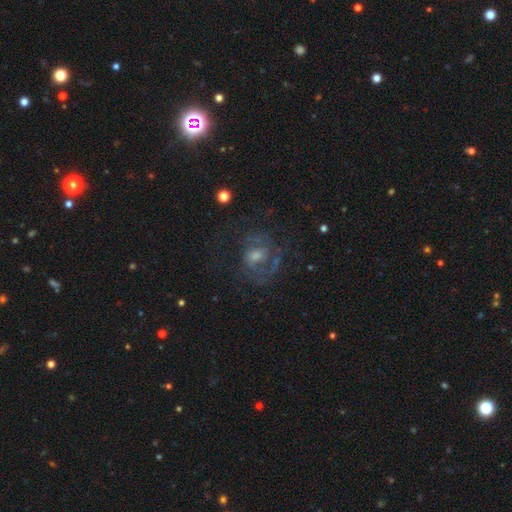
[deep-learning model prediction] This appears to be a featured or disk galaxy (65%) with no bar (58%), spiral arms (74%) and a moderate central bulge (47%). Merging: none (56%).